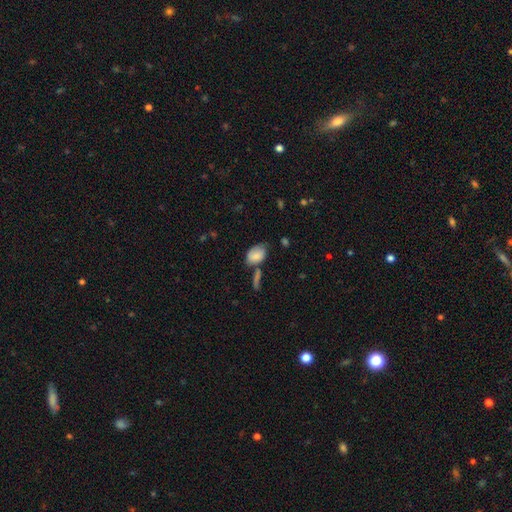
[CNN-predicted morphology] A smooth galaxy with no disk features (79%) that is in between round and cigar-shaped (86%).

Vote fractions:
- Smooth or featured? smooth: 79% / featured or disk: 14% / star or artifact: 8%
- How rounded? in between: 86% / round: 12% / cigar-shaped: 2%
- Merging? none: 51% / minor disturbance: 25% / merger: 16% / major disturbance: 8%